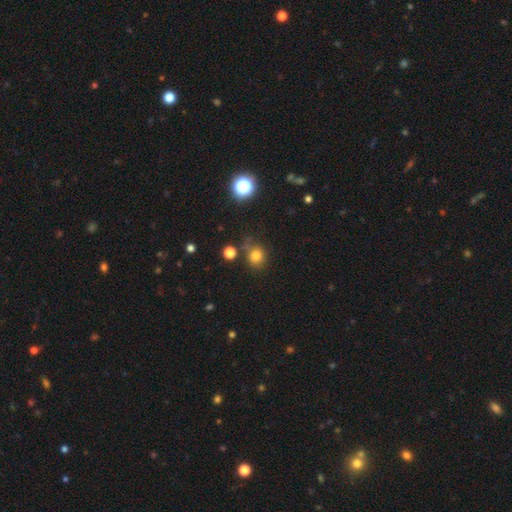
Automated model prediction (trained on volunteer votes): smooth 78%, star or artifact 16%, featured or disk 7%. Down the decision tree: how rounded — round (79%); merging — none (70%).